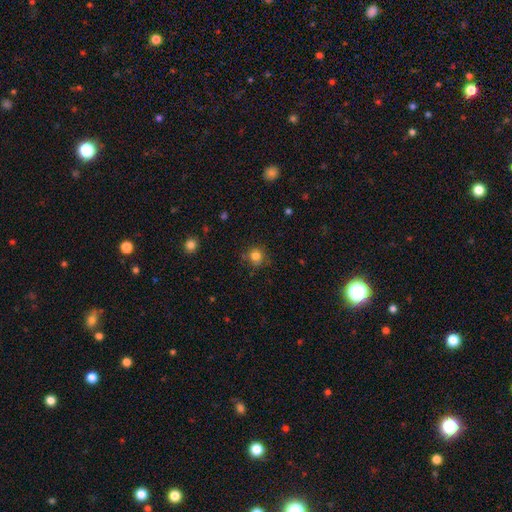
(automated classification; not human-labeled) smooth-or-featured: smooth: 80% | star or artifact: 13% | featured or disk: 7%
  how-rounded: round: 88% | in between: 11% | cigar-shaped: 1%
  merging: none: 75% | minor disturbance: 18% | major disturbance: 5% | merger: 3%